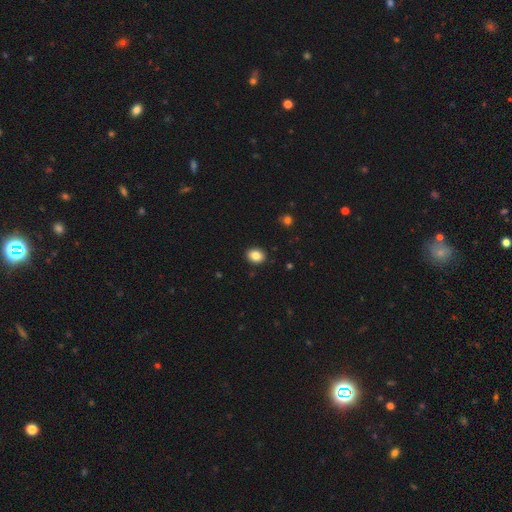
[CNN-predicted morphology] This is clearly a smooth galaxy (85%). How rounded: possibly round (52%). Merging: clearly none (91%).